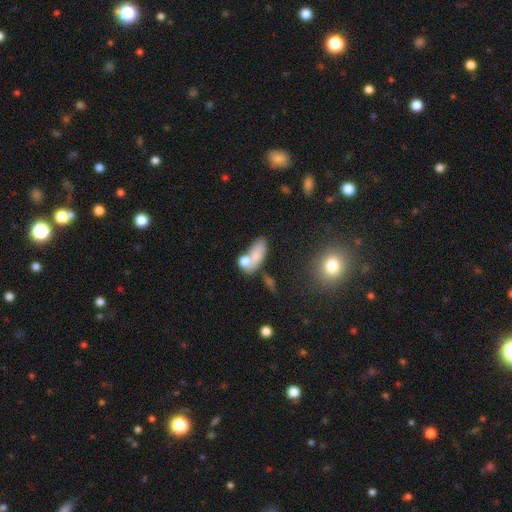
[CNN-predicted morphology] Smooth or featured? smooth (72%)
How rounded? in between (80%)
Merging? merger (41%)